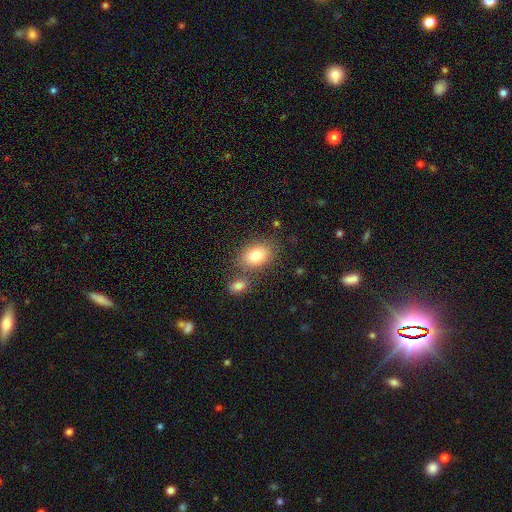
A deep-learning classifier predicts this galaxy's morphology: Overall: smooth (81%). How rounded: in between (79%). Merging: none (66%).